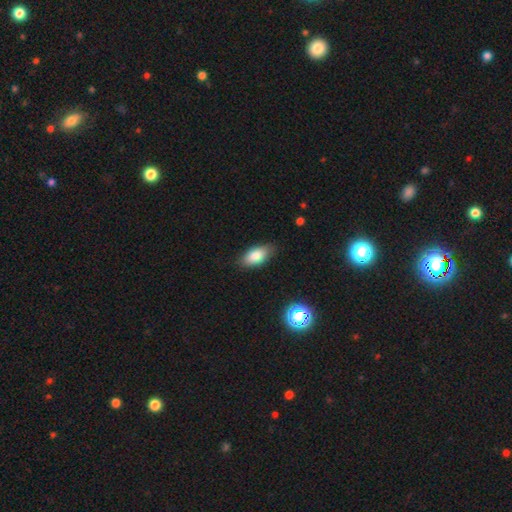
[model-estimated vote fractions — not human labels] Morphology: type=smooth (84%); roundness=in between (89%); merging=none (82%).